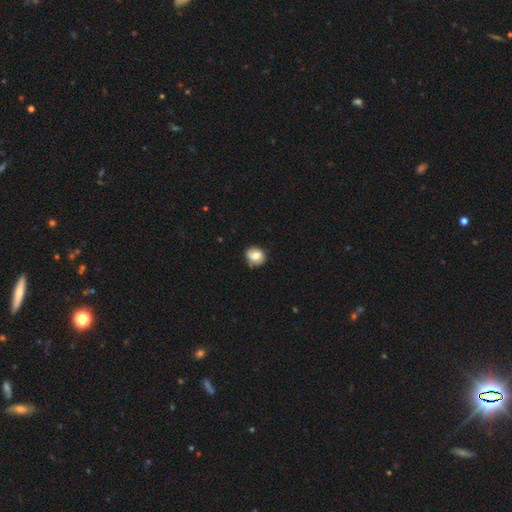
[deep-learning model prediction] Smooth or featured? Predicted: smooth (p=0.62). How rounded? Predicted: round (p=0.77). Merging? Predicted: none (p=0.75).